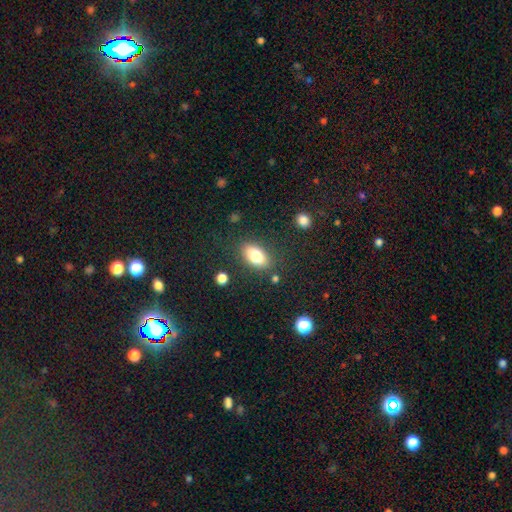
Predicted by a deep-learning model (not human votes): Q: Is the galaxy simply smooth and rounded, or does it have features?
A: smooth — 80%.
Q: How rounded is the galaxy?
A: in between — 89%.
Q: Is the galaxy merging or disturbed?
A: none — 82%.